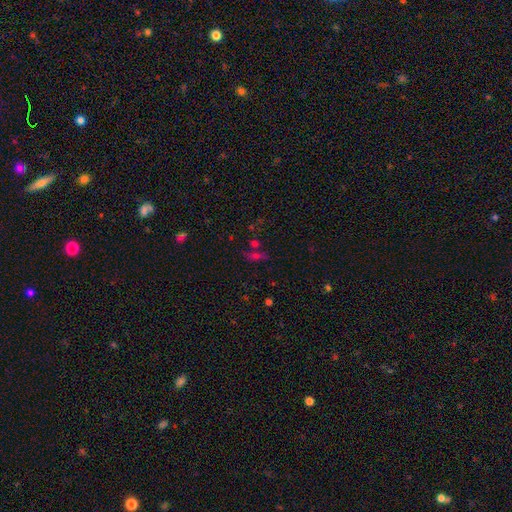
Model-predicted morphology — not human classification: smooth-or-featured: smooth: 40% | star or artifact: 38% | featured or disk: 21%
  merging: none: 58% | merger: 19% | minor disturbance: 14% | major disturbance: 9%